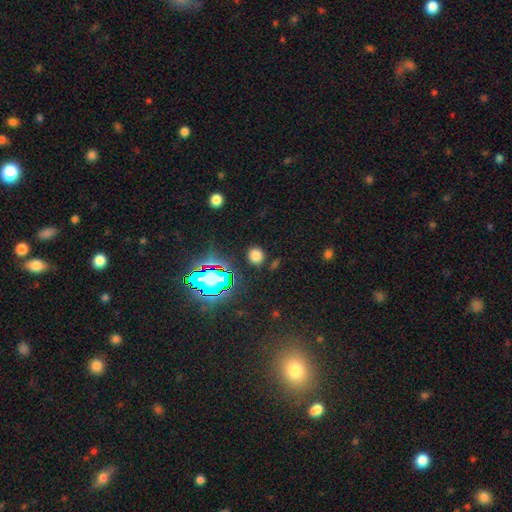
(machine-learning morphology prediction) A smooth galaxy with no disk features (71%) that is round (79%). Merging: none (86%).